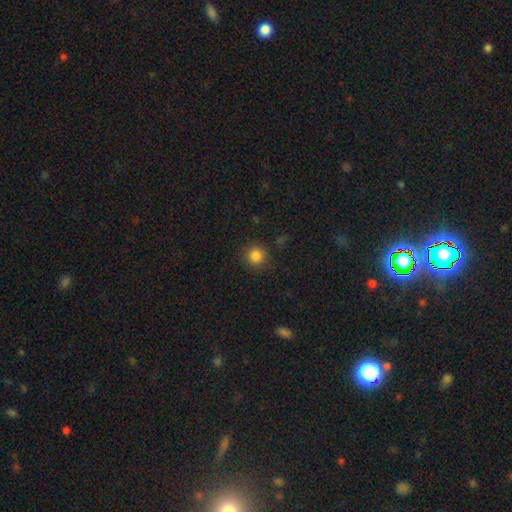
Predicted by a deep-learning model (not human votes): This appears to be a smooth galaxy with no disk features (84%) that is round (93%). Merging: none (86%).